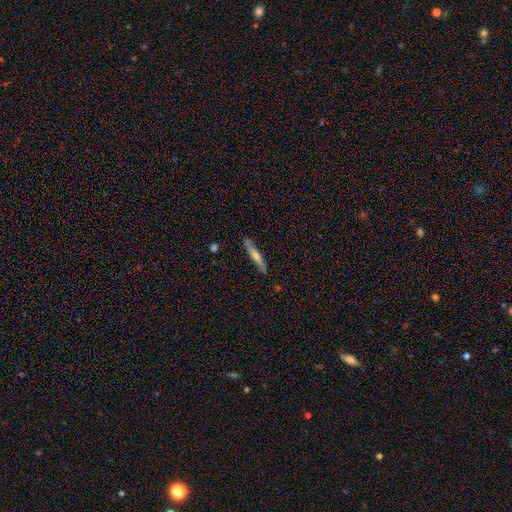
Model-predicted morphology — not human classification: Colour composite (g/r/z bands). It shows a featured or disk galaxy (48%). Merging: none (84%).